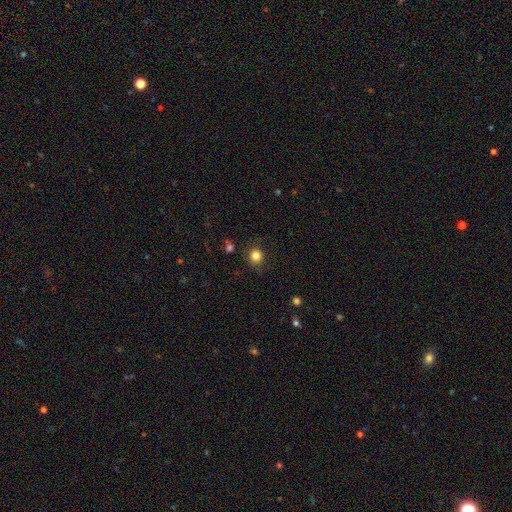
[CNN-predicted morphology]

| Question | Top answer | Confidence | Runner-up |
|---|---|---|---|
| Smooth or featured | smooth | 82% | star or artifact (13%) |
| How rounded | round | 87% | in between (12%) |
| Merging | none | 85% | minor disturbance (10%) |